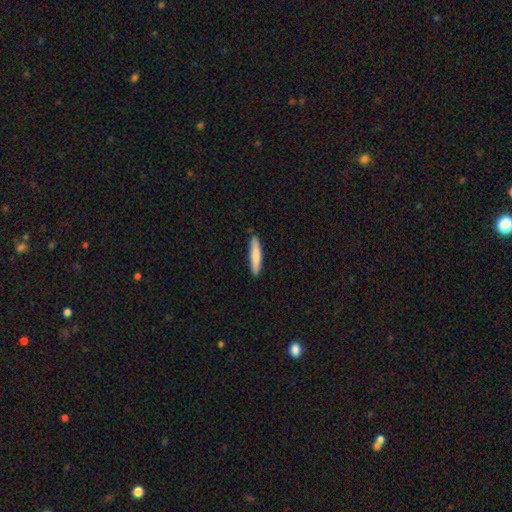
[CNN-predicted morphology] Overall: smooth (78%). How rounded: cigar-shaped (87%). Merging: none (89%).